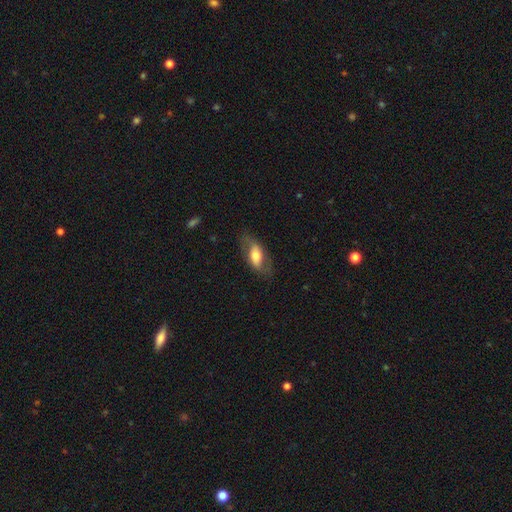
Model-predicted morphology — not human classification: The model was most divided on "smooth or featured": smooth: 49%, featured or disk: 45%, star or artifact: 6%. More confident: merging — none (72%).